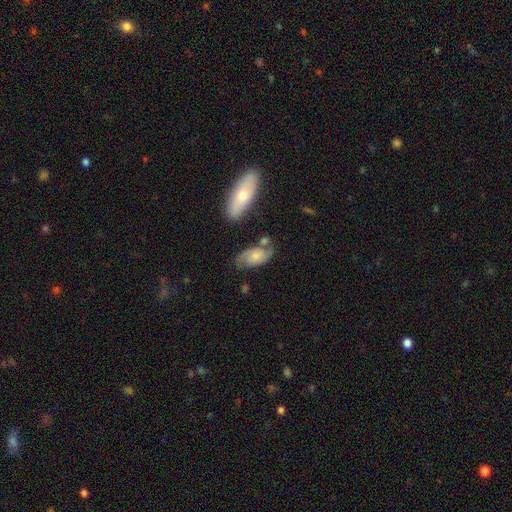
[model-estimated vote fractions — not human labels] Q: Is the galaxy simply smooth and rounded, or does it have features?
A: featured or disk — 55%.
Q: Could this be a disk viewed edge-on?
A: no — 93%.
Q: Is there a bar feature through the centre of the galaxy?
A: no — 69%.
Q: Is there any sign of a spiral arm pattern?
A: yes — 87%.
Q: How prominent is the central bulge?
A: small — 44%.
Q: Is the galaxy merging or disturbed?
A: none — 60%.